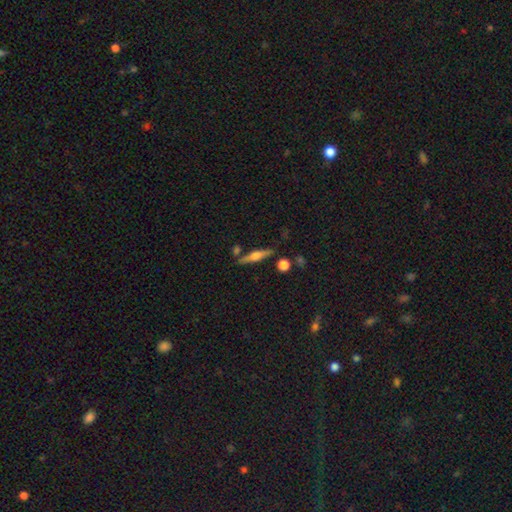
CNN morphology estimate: Q: Smooth or featured?
A: featured or disk (60%); runner-up: smooth (33%)
Q: Edge-on disk?
A: yes (96%); runner-up: no (4%)
Q: Edge-on bulge?
A: rounded (85%); runner-up: boxy (11%)
Q: Merging?
A: none (80%); runner-up: minor disturbance (11%)